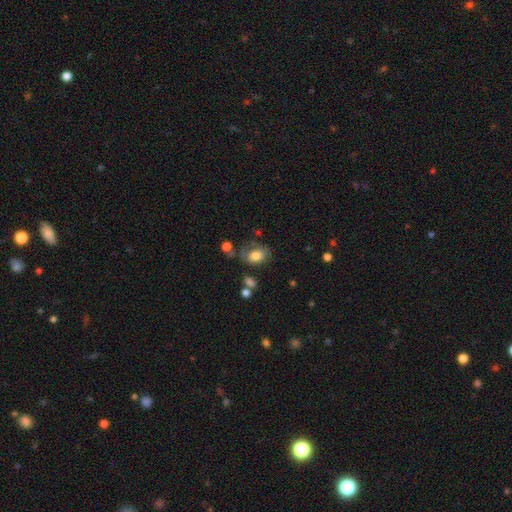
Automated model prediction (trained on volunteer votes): Smooth or featured? Predicted: smooth (p=0.73). How rounded? Predicted: in between (p=0.79). Merging? Predicted: none (p=0.52).